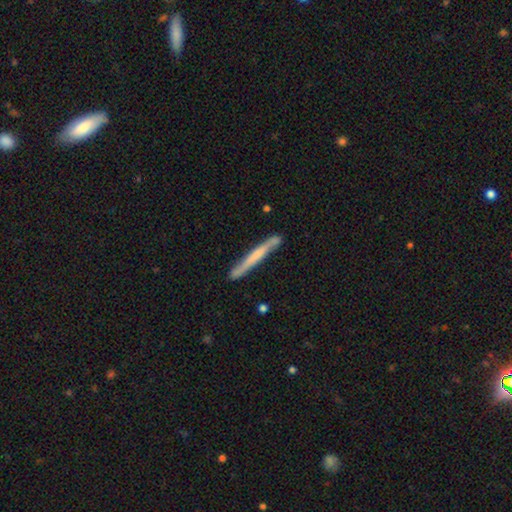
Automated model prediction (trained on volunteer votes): A smooth galaxy with no disk features (48%). Merging: none (81%).